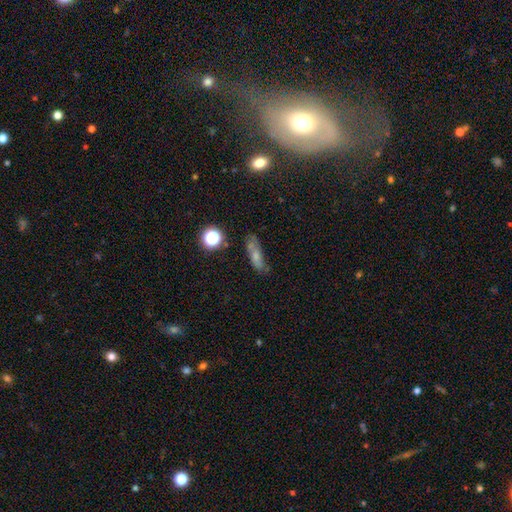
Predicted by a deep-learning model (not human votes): Morphology: type=smooth (62%); roundness=in between (49%); merging=none (56%).